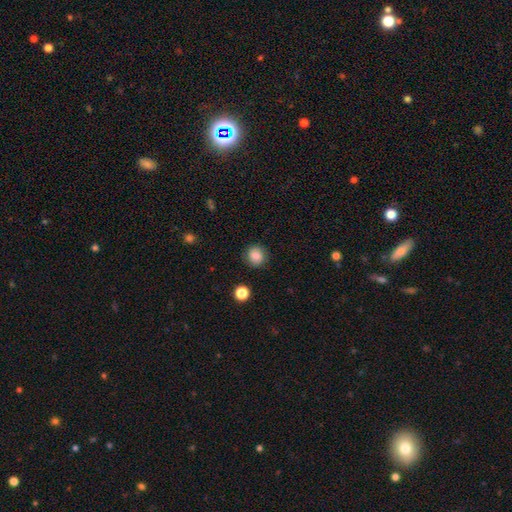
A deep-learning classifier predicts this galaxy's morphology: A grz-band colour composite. It shows a smooth galaxy with no disk features (83%) that is round (87%). Merging: none (88%).